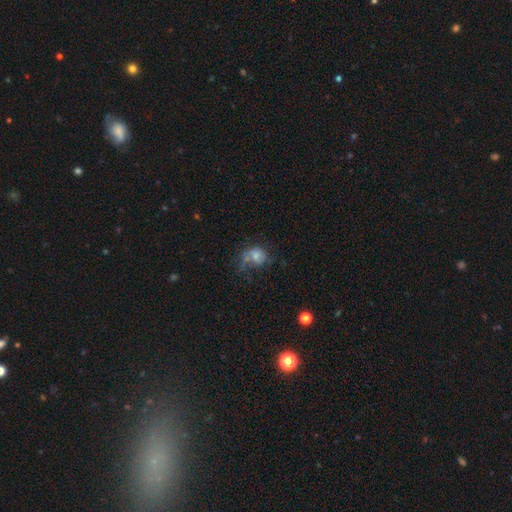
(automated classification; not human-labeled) Smooth or featured? smooth (54%)
How rounded? in between (50%)
Merging? major disturbance (37%)